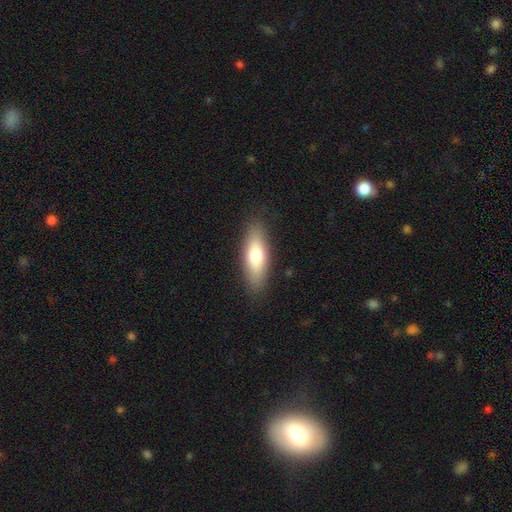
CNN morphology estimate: A smooth galaxy with no disk features (74%) that is in between round and cigar-shaped (65%).

Vote fractions:
- Smooth or featured? smooth: 74% / featured or disk: 20% / star or artifact: 6%
- How rounded? in between: 65% / cigar-shaped: 32% / round: 2%
- Merging? none: 87% / minor disturbance: 10% / major disturbance: 2% / merger: 1%